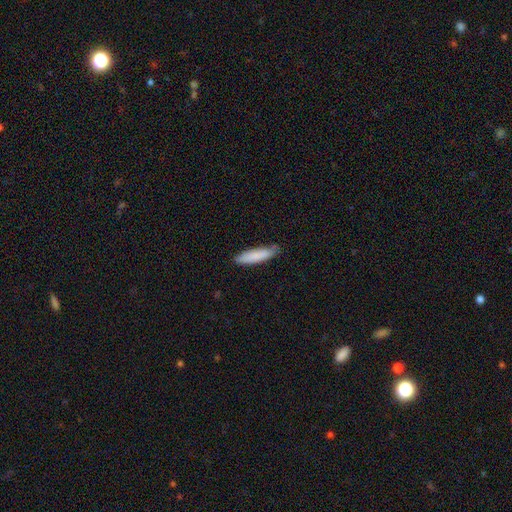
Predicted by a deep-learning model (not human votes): A smooth galaxy with no disk features (85%) that is cigar-shaped (74%).

Vote fractions:
- Smooth or featured? smooth: 85% / featured or disk: 9% / star or artifact: 6%
- How rounded? cigar-shaped: 74% / in between: 25% / round: 1%
- Merging? none: 78% / minor disturbance: 18% / major disturbance: 3% / merger: 2%